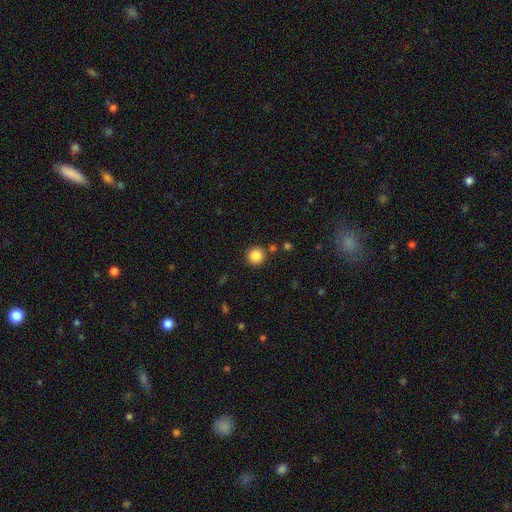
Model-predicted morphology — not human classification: This is clearly a smooth galaxy (87%). How rounded: clearly round (94%). Merging: clearly none (85%).